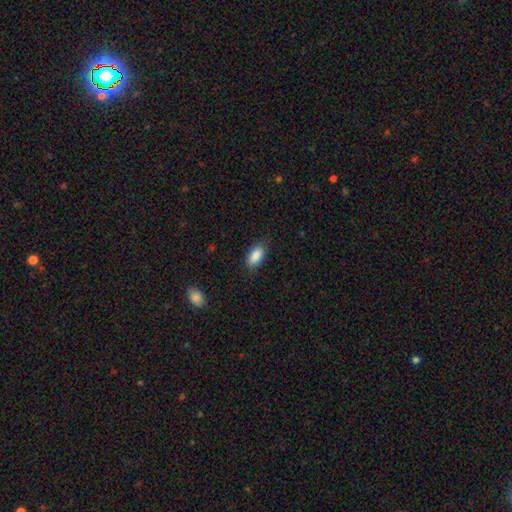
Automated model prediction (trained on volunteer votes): Overall: smooth (89%). How rounded: in between (91%). Merging: none (82%).